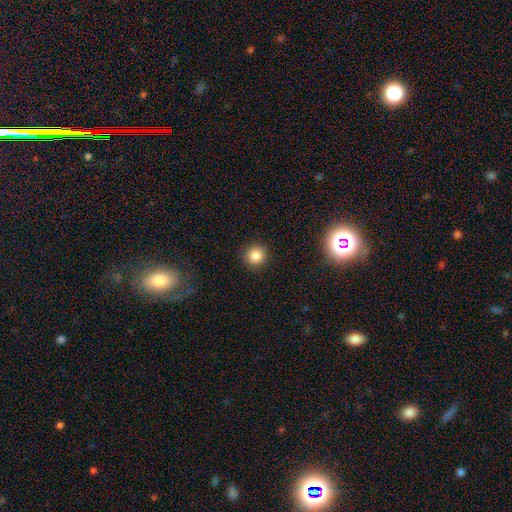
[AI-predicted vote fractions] Smooth or featured?
  - smooth: 84% *
  - star or artifact: 12%
  - featured or disk: 4%
How rounded?
  - round: 94% *
  - in between: 5%
  - cigar-shaped: 1%
Merging?
  - none: 91% *
  - minor disturbance: 6%
  - major disturbance: 2%
  - merger: 1%